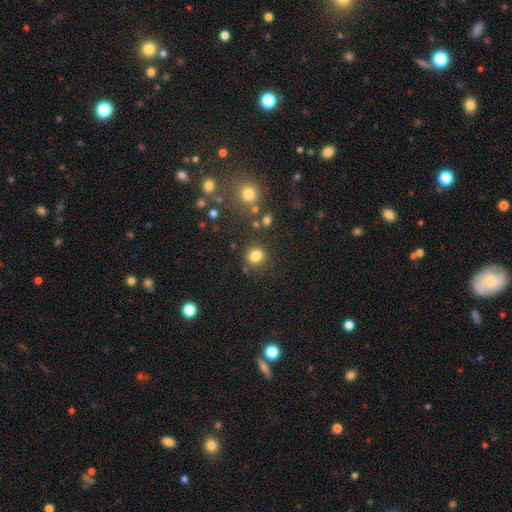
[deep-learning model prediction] This is clearly a smooth galaxy (82%). How rounded: clearly round (81%). Merging: clearly none (82%).